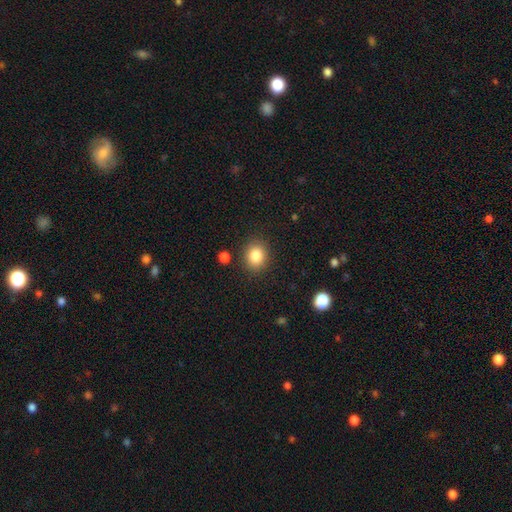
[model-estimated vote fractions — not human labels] smooth_or_featured: smooth (p=0.85) [alt: star or artifact p=0.10]
how_rounded: round (p=0.69) [alt: in between p=0.30]
merging: none (p=0.87) [alt: minor disturbance p=0.08]